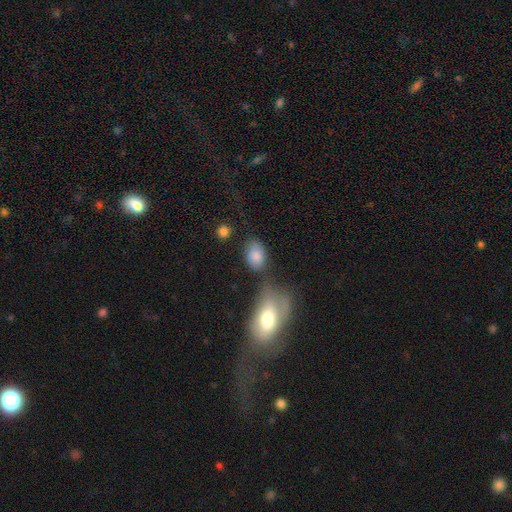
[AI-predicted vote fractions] Q: Smooth or featured?
A: smooth (82%); runner-up: featured or disk (10%)
Q: How rounded?
A: in between (85%); runner-up: round (13%)
Q: Merging?
A: none (63%); runner-up: minor disturbance (16%)